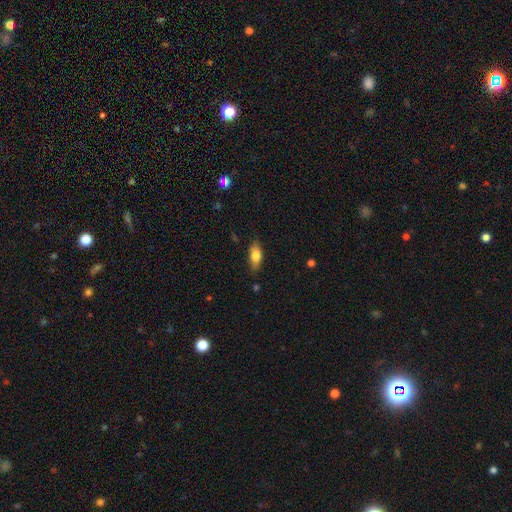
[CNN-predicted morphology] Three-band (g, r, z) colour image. It shows a smooth galaxy with no disk features (74%) that is in between round and cigar-shaped (78%). Merging: none (82%).